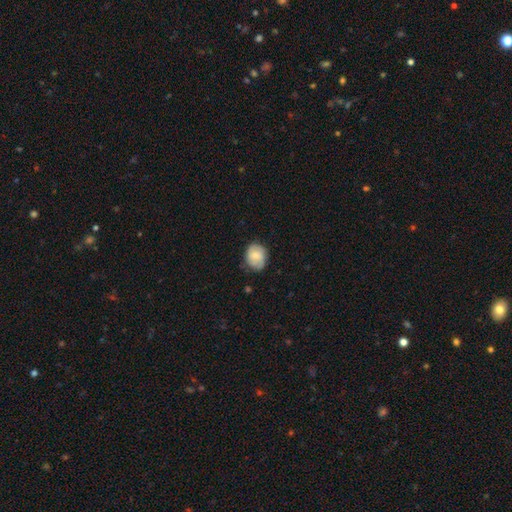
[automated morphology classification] This appears to be a smooth galaxy with no disk features (72%) that is round (57%). Merging: none (70%).